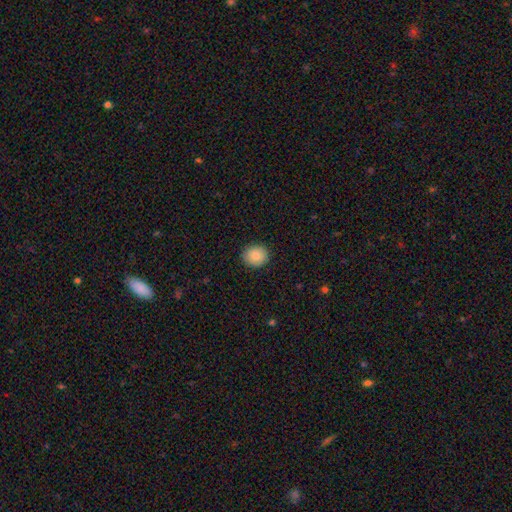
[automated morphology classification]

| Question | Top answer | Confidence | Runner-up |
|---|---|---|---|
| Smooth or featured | smooth | 85% | star or artifact (8%) |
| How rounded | round | 76% | in between (23%) |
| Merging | none | 90% | minor disturbance (7%) |